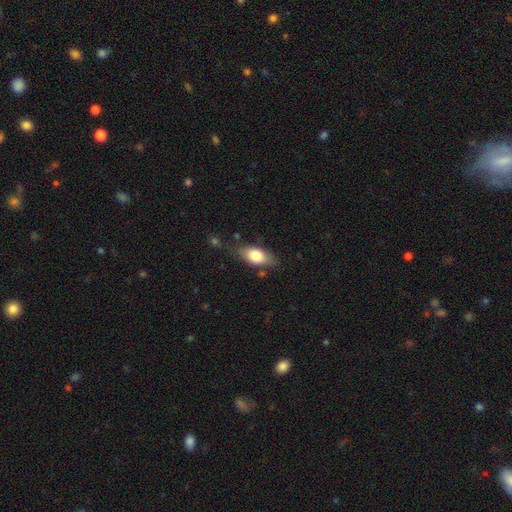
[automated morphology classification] Overall: smooth (74%). How rounded: in between (85%). Merging: none (68%).